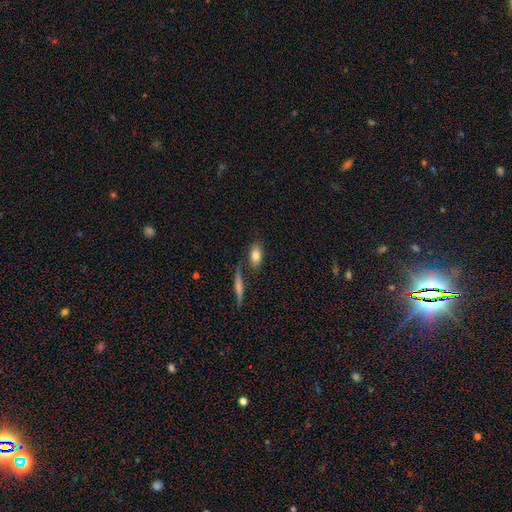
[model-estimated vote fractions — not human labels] smooth_or_featured: smooth (p=0.79) [alt: featured or disk p=0.13]
how_rounded: in between (p=0.86) [alt: cigar-shaped p=0.08]
merging: none (p=0.71) [alt: minor disturbance p=0.14]